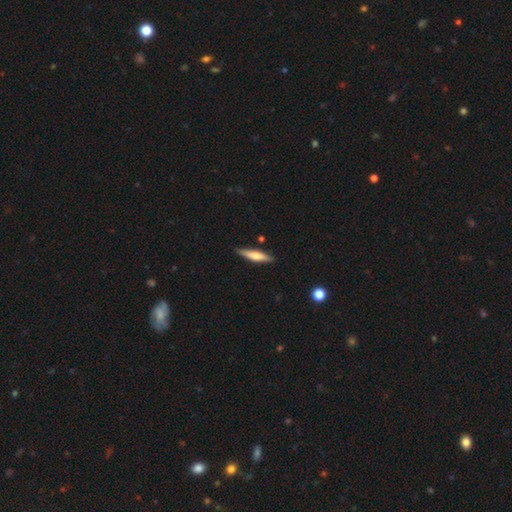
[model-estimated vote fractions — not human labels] Overall: smooth (58%; featured or disk 37%). How rounded: cigar-shaped (84%). Merging: none (86%).